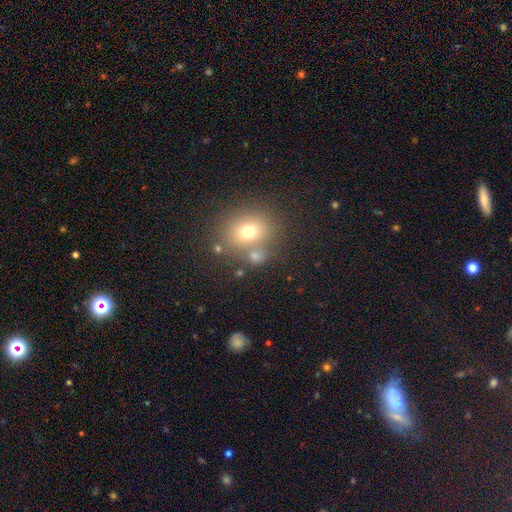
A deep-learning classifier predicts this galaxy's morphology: Smooth or featured? Predicted: smooth (p=0.70). How rounded? Predicted: round (p=0.60). Merging? Predicted: none (p=0.59).